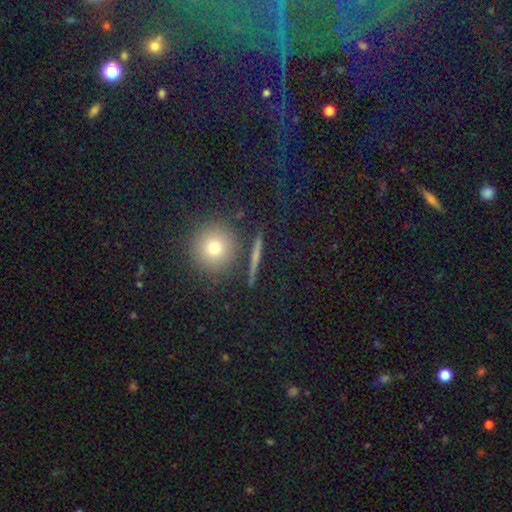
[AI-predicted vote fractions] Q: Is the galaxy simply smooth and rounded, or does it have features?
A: smooth — 49%.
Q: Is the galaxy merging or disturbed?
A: none — 89%.